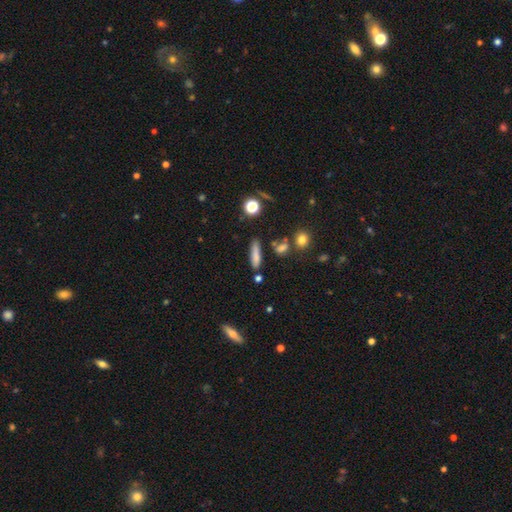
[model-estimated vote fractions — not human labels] smooth_or_featured: smooth (p=0.77) [alt: featured or disk p=0.12]
how_rounded: cigar-shaped (p=0.72) [alt: in between p=0.24]
merging: none (p=0.70) [alt: minor disturbance p=0.16]